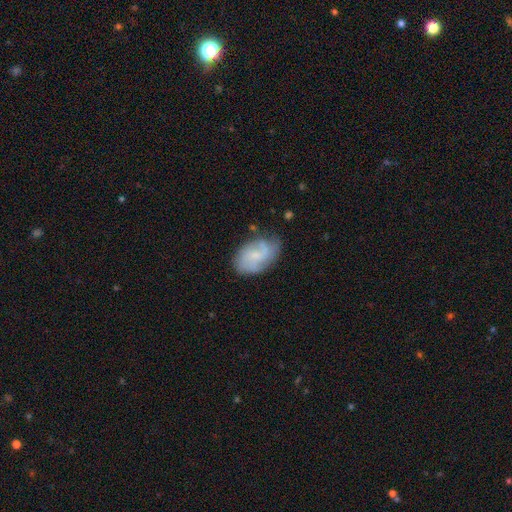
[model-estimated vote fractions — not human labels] Smooth or featured? featured or disk (62%)
Edge-on disk? no (97%)
Bar? no (49%)
Spiral arms? yes (88%)
Spiral winding? medium (44%)
Spiral arm count? 2 (57%)
Bulge size? small (59%)
Merging? none (66%)